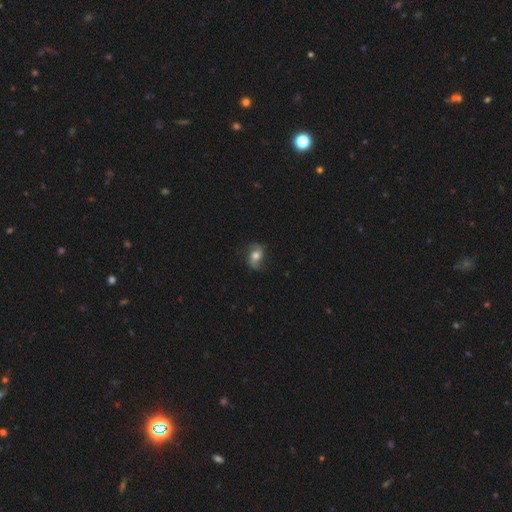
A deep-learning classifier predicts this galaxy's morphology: Smooth or featured: featured or disk — 48% (smooth — 43%)
Merging: none — 71% (minor disturbance — 20%)